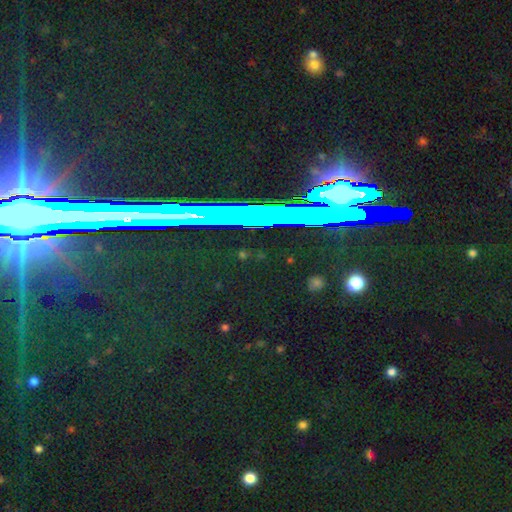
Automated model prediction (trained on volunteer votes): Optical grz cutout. It shows a star or artifact, not a galaxy (75%).